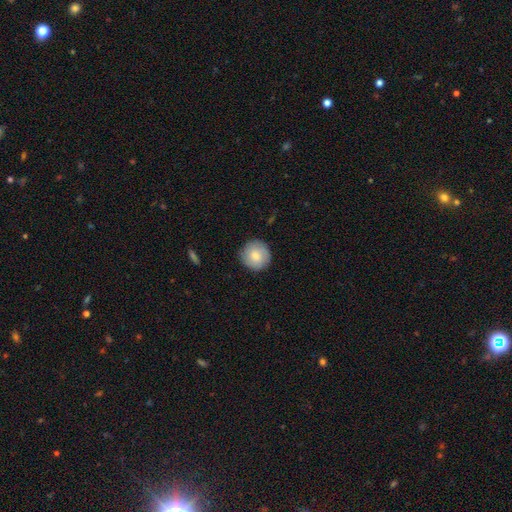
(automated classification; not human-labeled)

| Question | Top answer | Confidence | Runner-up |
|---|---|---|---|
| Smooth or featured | smooth | 78% | featured or disk (15%) |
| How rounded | round | 94% | in between (5%) |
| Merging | none | 87% | minor disturbance (10%) |